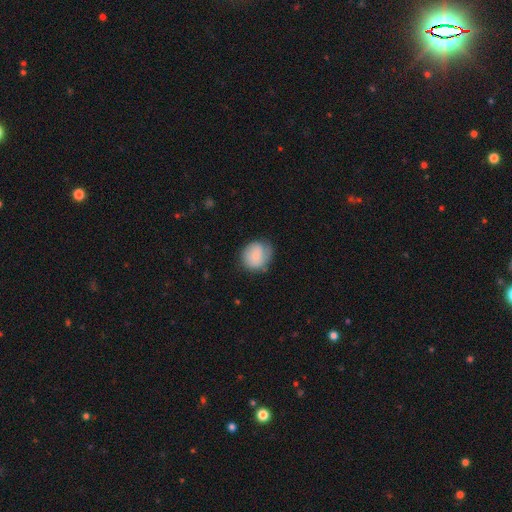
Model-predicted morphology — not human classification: Q: Smooth or featured?
A: smooth (77%); runner-up: featured or disk (16%)
Q: How rounded?
A: round (74%); runner-up: in between (26%)
Q: Merging?
A: none (62%); runner-up: minor disturbance (27%)